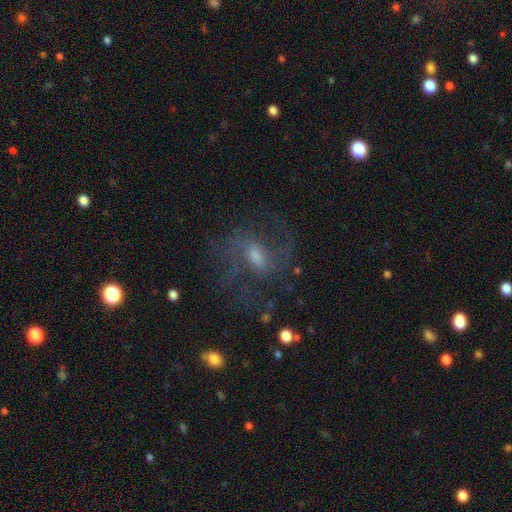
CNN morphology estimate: The model was most divided on "spiral winding": loose: 47%, medium: 42%, tight: 11%. Remaining: edge-on disk — no (96%); spiral arms — yes (86%); smooth or featured — featured or disk (72%); spiral arm count — 2 (67%); merging — none (57%); bar — weak (56%); bulge size — moderate (47%).